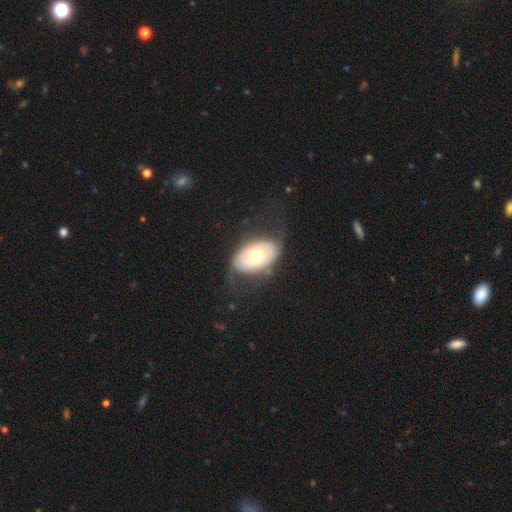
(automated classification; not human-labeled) smooth-or-featured: featured or disk: 52% | smooth: 42% | star or artifact: 6%
  disk-edge-on: no: 92% | yes: 8%
  merging: none: 61% | minor disturbance: 22% | major disturbance: 16% | merger: 1%